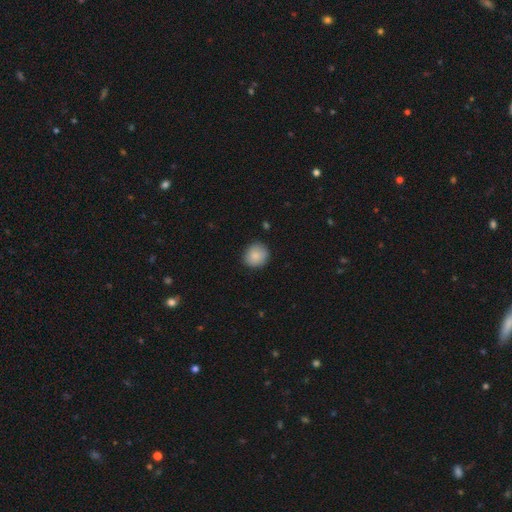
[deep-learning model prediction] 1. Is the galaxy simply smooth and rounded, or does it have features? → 87% smooth, 7% star or artifact, 6% featured or disk.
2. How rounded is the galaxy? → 83% round, 16% in between, 1% cigar-shaped.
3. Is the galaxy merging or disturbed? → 85% none, 12% minor disturbance, 2% major disturbance, 1% merger.